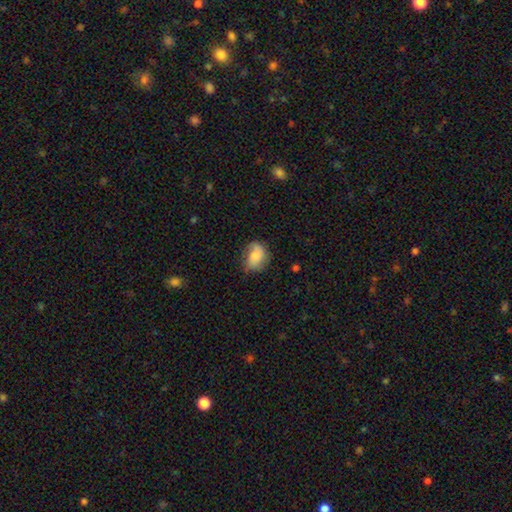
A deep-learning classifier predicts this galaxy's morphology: Smooth or featured? smooth (64%)
How rounded? in between (64%)
Merging? none (59%)